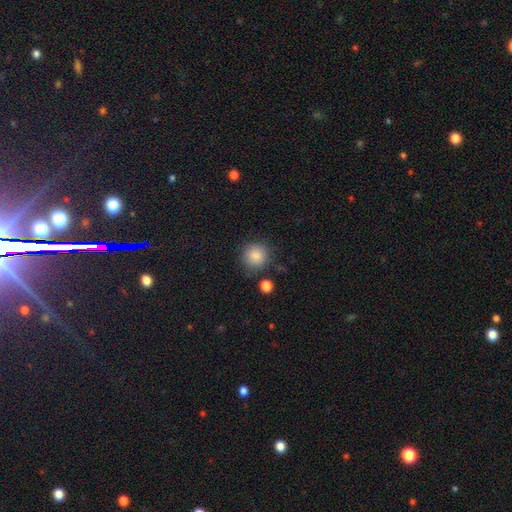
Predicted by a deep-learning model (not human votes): Q: Smooth or featured?
A: smooth (86%); runner-up: star or artifact (9%)
Q: How rounded?
A: round (92%); runner-up: in between (7%)
Q: Merging?
A: none (82%); runner-up: minor disturbance (11%)